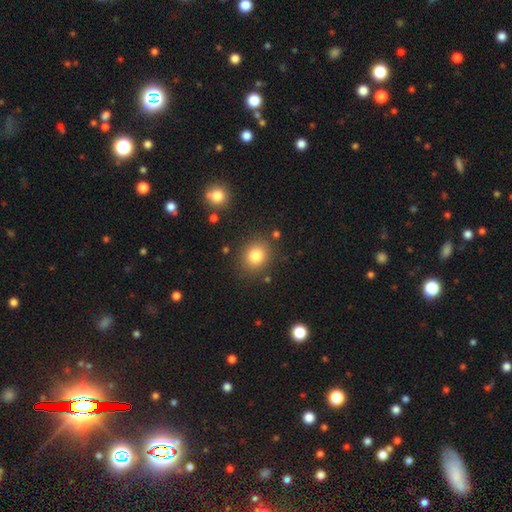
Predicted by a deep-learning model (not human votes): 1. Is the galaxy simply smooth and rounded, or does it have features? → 82% smooth, 11% star or artifact, 7% featured or disk.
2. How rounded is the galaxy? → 71% round, 28% in between, 1% cigar-shaped.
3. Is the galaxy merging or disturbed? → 84% none, 9% minor disturbance, 3% major disturbance, 3% merger.